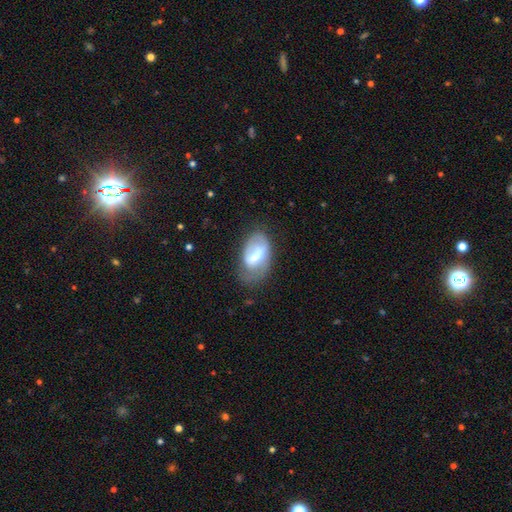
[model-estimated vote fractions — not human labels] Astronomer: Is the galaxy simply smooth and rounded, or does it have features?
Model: smooth — 49% (runner-up: featured or disk, 44%).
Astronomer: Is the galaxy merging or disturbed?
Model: none — 50% (runner-up: minor disturbance, 31%).